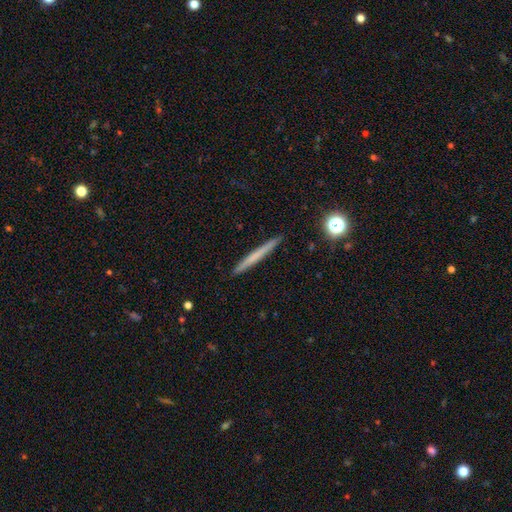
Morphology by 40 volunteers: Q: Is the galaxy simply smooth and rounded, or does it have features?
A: featured or disk — 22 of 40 (55%).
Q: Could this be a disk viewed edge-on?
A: yes — 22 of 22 (100%).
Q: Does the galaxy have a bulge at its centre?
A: none — 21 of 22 (95%).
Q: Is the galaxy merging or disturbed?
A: none — 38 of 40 (95%).